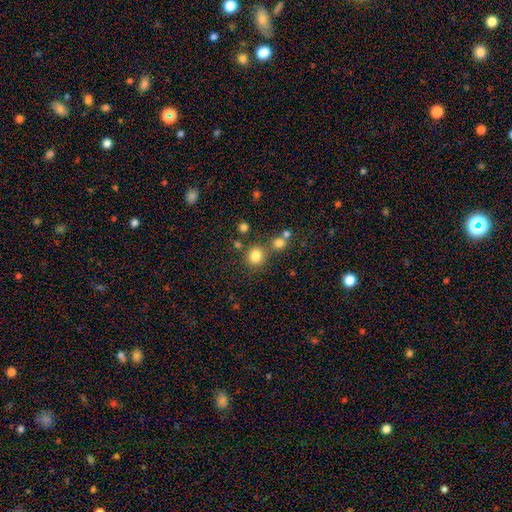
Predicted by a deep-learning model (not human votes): Morphology: type=smooth (81%); roundness=round (88%); merging=none (72%).